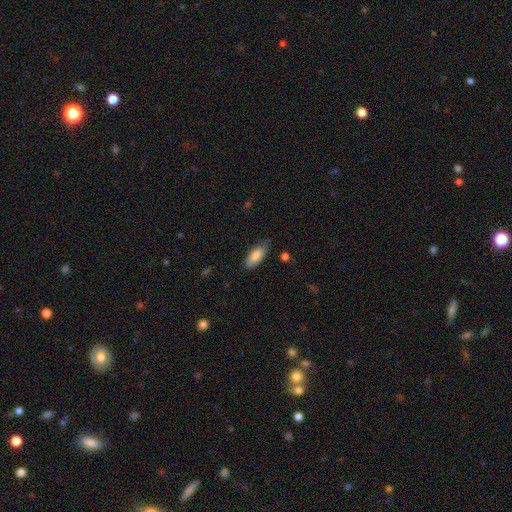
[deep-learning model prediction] Smooth or featured: smooth — 84% (featured or disk — 10%)
How rounded: in between — 79% (cigar-shaped — 19%)
Merging: none — 74% (minor disturbance — 21%)